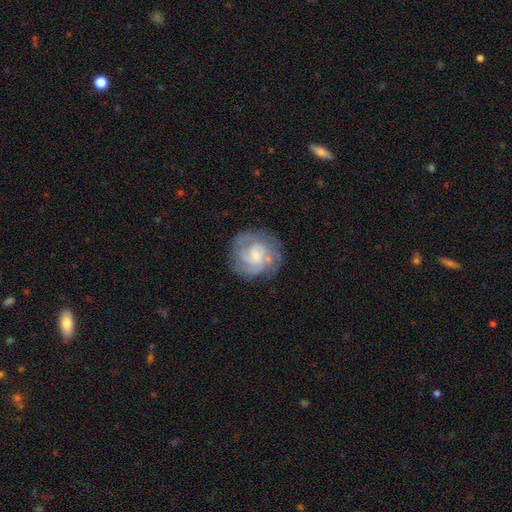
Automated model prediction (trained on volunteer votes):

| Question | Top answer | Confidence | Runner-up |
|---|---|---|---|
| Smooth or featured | featured or disk | 75% | smooth (18%) |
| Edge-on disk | no | 98% | yes (2%) |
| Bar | no | 58% | weak (37%) |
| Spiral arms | yes | 92% | no (8%) |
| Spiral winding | tight | 55% | medium (36%) |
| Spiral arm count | can't tell | 33% | 3 (26%) |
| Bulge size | small | 56% | moderate (30%) |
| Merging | none | 75% | minor disturbance (16%) |